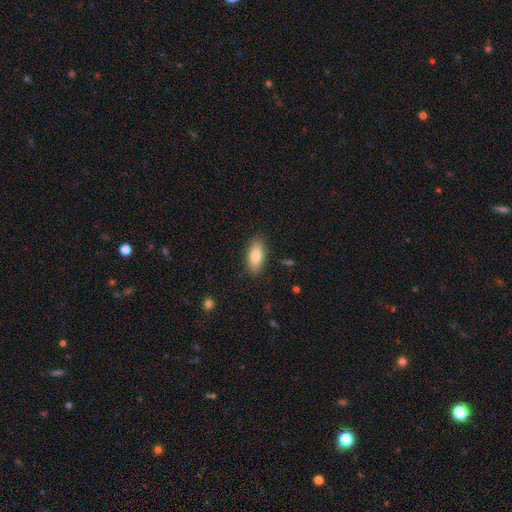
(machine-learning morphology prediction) type=smooth (81%); roundness=in between (85%); merging=none (86%).